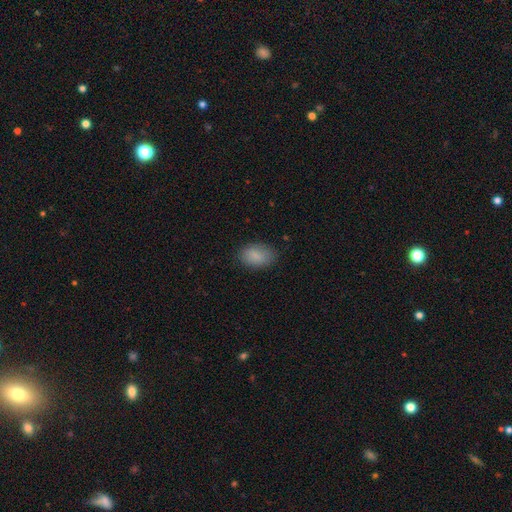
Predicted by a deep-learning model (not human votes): Overall: smooth (87%). How rounded: in between (88%). Merging: none (79%).